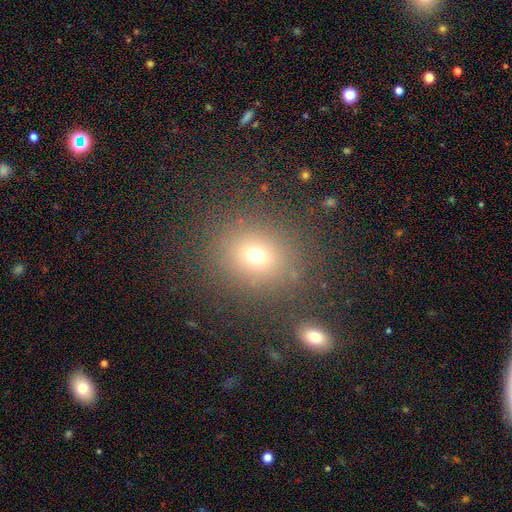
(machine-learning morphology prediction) smooth 69%, star or artifact 20%, featured or disk 11%. Down the decision tree: how rounded — round (74%); merging — none (83%).